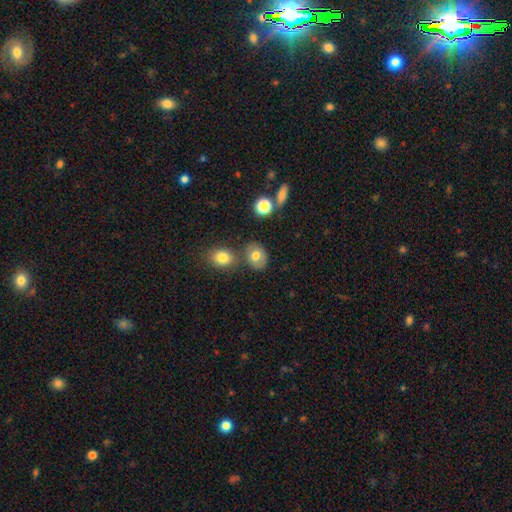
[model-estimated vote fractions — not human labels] The model was most divided on "how rounded": in between: 57%, round: 41%, cigar-shaped: 1%. More confident: smooth or featured — smooth (72%); merging — none (69%).